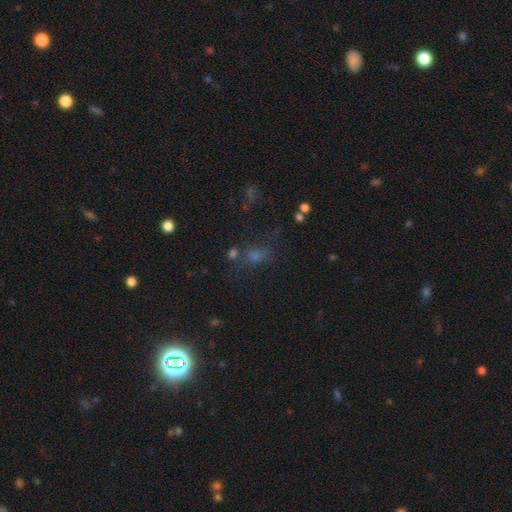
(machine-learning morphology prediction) The model was most divided on "how rounded": in between: 50%, round: 43%, cigar-shaped: 7%. More confident: merging — none (57%); smooth or featured — smooth (50%).